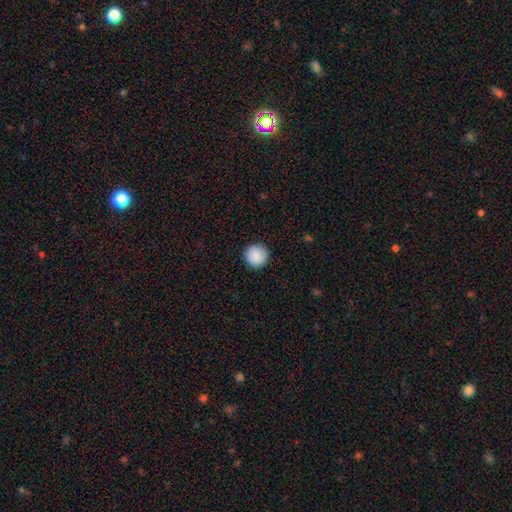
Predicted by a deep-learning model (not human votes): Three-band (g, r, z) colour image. It shows a smooth galaxy with no disk features (90%) that is round (96%). Merging: none (93%).